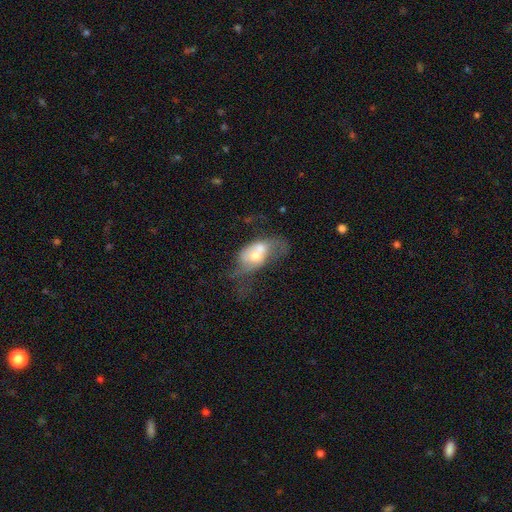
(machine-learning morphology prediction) This is possibly a featured or disk galaxy (46%, tied with smooth). Merging: possibly merger (58%).